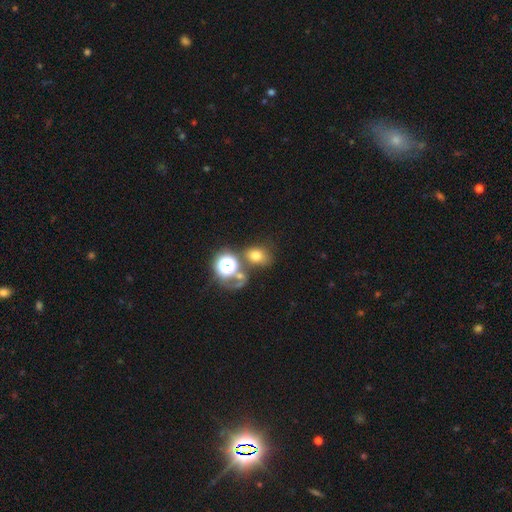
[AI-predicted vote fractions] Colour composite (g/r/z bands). It shows a smooth galaxy with no disk features (66%) that is in between round and cigar-shaped (50%). Merging: none (51%).